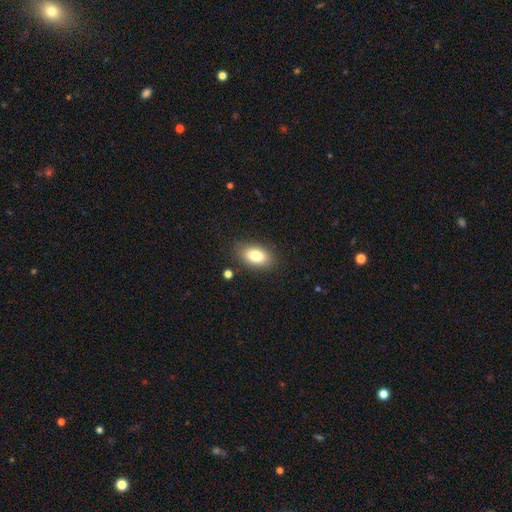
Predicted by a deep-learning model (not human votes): Smooth or featured?
  - smooth: 83% *
  - featured or disk: 9%
  - star or artifact: 8%
How rounded?
  - in between: 91% *
  - round: 6%
  - cigar-shaped: 3%
Merging?
  - none: 84% *
  - minor disturbance: 11%
  - major disturbance: 3%
  - merger: 2%